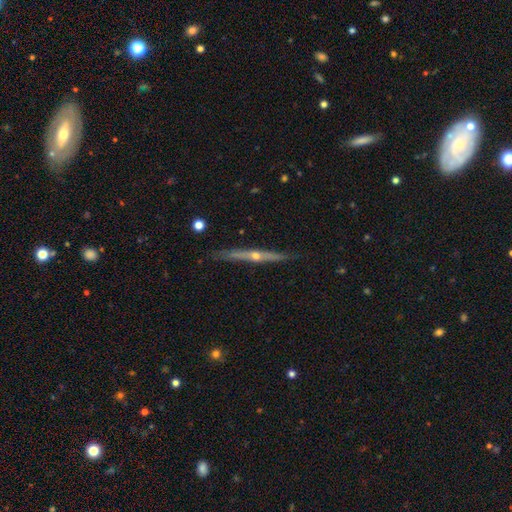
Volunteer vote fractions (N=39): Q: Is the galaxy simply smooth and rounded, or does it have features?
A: featured or disk — 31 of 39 (79%).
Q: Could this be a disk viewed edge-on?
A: yes — 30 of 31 (97%).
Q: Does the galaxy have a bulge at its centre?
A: rounded — 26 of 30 (87%).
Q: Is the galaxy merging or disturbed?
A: none — 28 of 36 (78%).